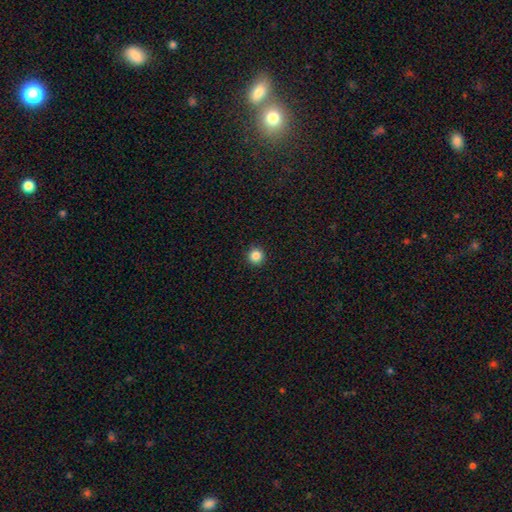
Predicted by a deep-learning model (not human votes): This appears to be a smooth galaxy with no disk features (86%) that is round (95%). Merging: none (93%).